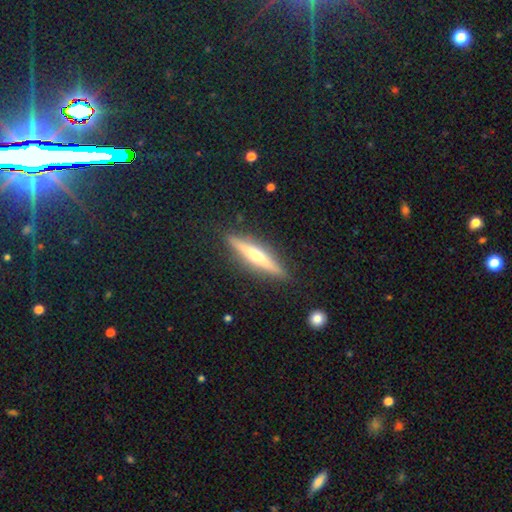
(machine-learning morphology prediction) A featured or disk galaxy (60%) viewed edge-on (95%) with a rounded central bulge (80%).

Vote fractions:
- Smooth or featured? featured or disk: 60% / smooth: 34% / star or artifact: 6%
- Edge-on disk? yes: 95% / no: 5%
- Edge-on bulge? rounded: 80% / none: 13% / boxy: 6%
- Merging? none: 89% / minor disturbance: 8% / major disturbance: 2% / merger: 1%